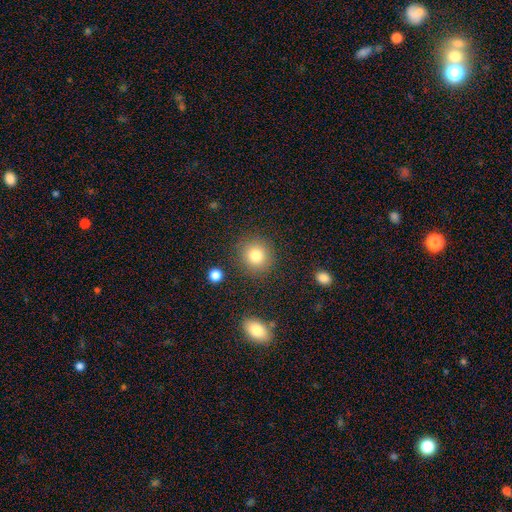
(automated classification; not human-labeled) A smooth galaxy with no disk features (81%) that is round (89%). Merging: none (88%).